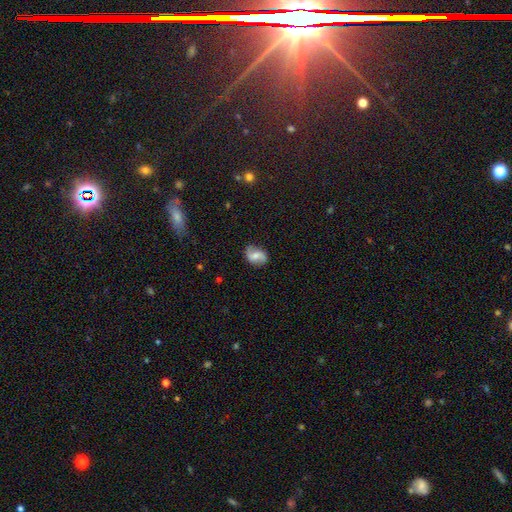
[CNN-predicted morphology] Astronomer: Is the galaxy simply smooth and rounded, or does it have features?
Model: featured or disk — 61%.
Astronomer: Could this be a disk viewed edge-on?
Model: no — 97%.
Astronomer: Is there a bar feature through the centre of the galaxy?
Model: weak — 44% (runner-up: no, 42%).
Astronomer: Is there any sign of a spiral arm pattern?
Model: yes — 91%.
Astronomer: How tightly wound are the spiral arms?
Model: loose — 55% (runner-up: medium, 33%).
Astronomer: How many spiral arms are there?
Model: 2 — 91%.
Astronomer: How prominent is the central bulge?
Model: moderate — 53% (runner-up: small, 32%).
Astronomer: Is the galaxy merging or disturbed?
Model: none — 81%.